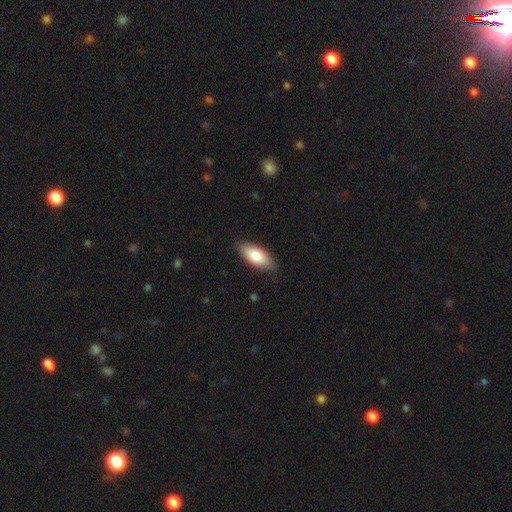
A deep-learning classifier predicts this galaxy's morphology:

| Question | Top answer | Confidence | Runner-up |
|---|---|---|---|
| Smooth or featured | smooth | 80% | featured or disk (14%) |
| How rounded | in between | 84% | cigar-shaped (14%) |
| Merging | none | 83% | minor disturbance (13%) |